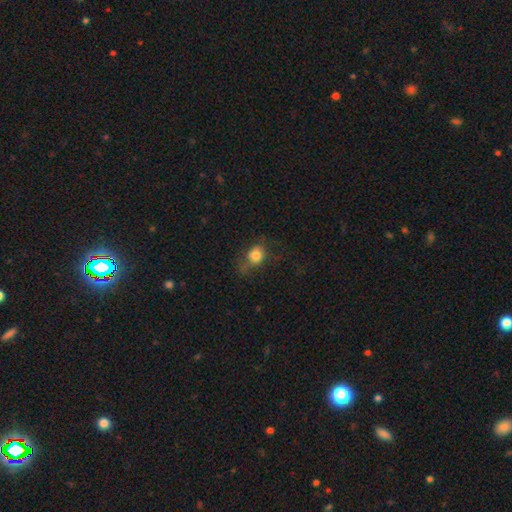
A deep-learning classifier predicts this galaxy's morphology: smooth-or-featured: smooth: 78% | featured or disk: 12% | star or artifact: 10%
  how-rounded: round: 56% | in between: 42% | cigar-shaped: 2%
  merging: none: 46% | minor disturbance: 28% | major disturbance: 23% | merger: 3%